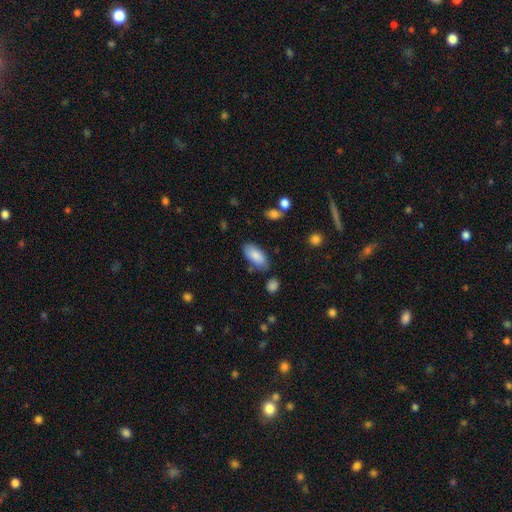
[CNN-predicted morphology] The model was most divided on "merging": none: 75%, minor disturbance: 16%, merger: 5%, major disturbance: 4%. More confident: how rounded — in between (92%); smooth or featured — smooth (85%).